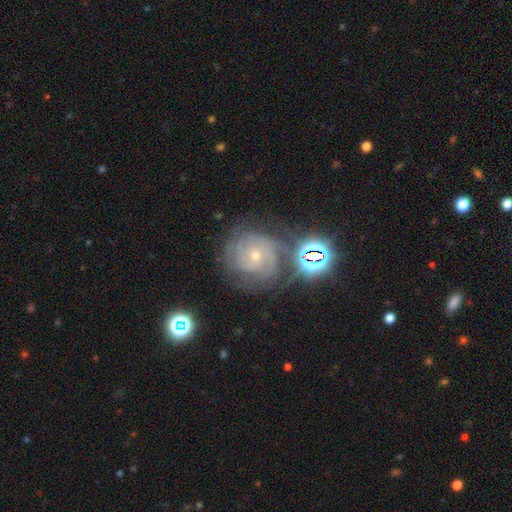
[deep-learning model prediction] Smooth or featured? Predicted: featured or disk (p=0.79). Edge-on disk? Predicted: no (p=0.97). Bar? Predicted: no (p=0.73). Spiral arms? Predicted: yes (p=0.95). Spiral winding? Predicted: tight (p=0.68). Spiral arm count? Predicted: 3 (p=0.34). Bulge size? Predicted: small (p=0.67). Merging? Predicted: none (p=0.65).